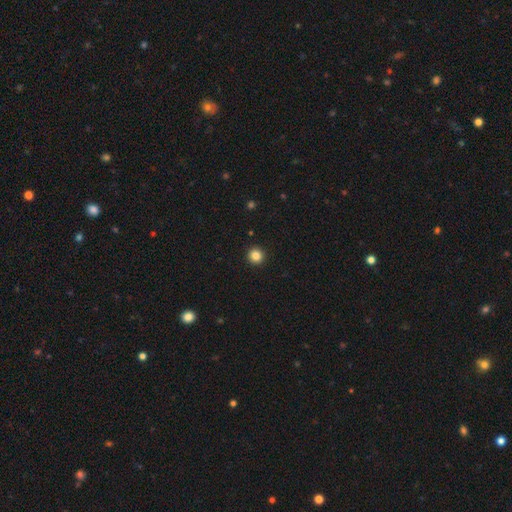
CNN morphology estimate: A smooth galaxy with no disk features (84%) that is round (95%). Merging: none (94%).